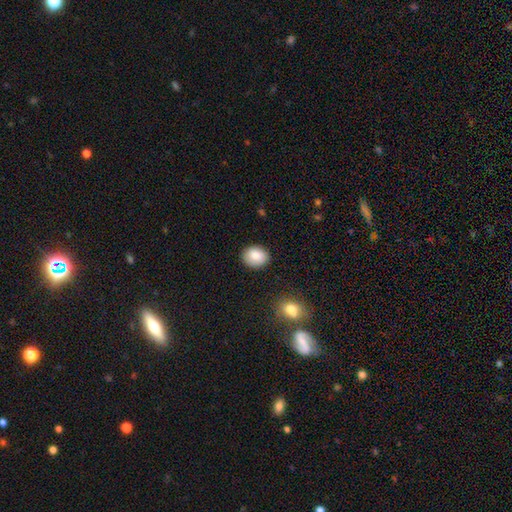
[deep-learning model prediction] A smooth galaxy with no disk features (86%) that is round (51%).

Vote fractions:
- Smooth or featured? smooth: 86% / star or artifact: 8% / featured or disk: 7%
- How rounded? round: 51% / in between: 48% / cigar-shaped: 1%
- Merging? none: 87% / minor disturbance: 9% / major disturbance: 2% / merger: 2%